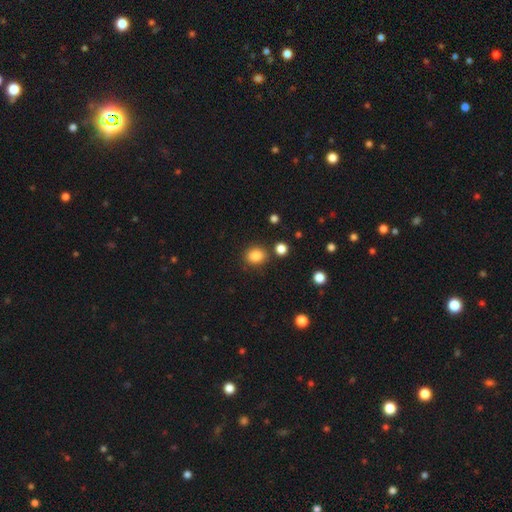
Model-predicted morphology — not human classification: smooth-or-featured: smooth: 85% | star or artifact: 11% | featured or disk: 5%
  how-rounded: round: 72% | in between: 27% | cigar-shaped: 1%
  merging: none: 84% | minor disturbance: 8% | merger: 5% | major disturbance: 3%